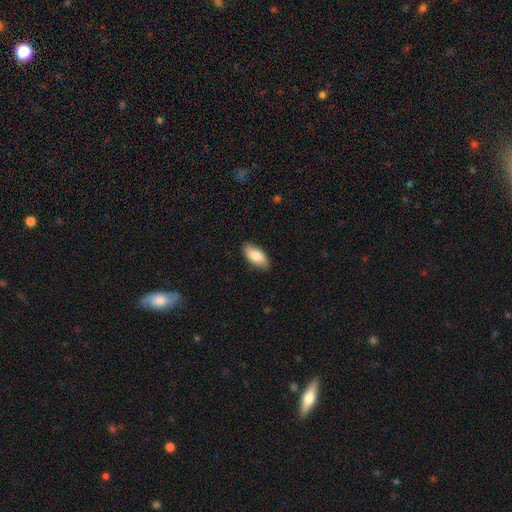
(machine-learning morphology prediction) The model was most divided on "smooth or featured": smooth: 82%, featured or disk: 13%, star or artifact: 6%. More confident: how rounded — in between (89%); merging — none (87%).